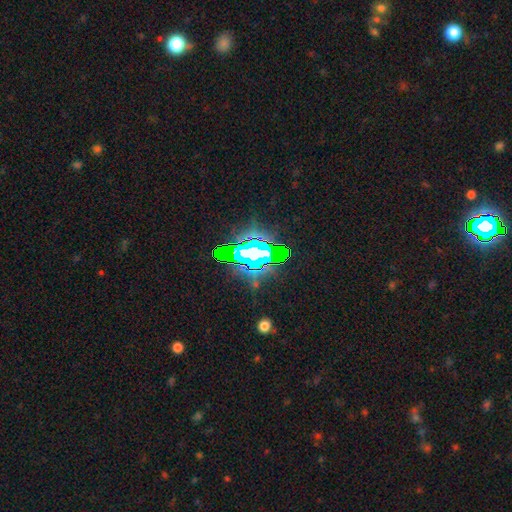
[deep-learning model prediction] Smooth or featured: star or artifact — 70% (featured or disk — 16%)